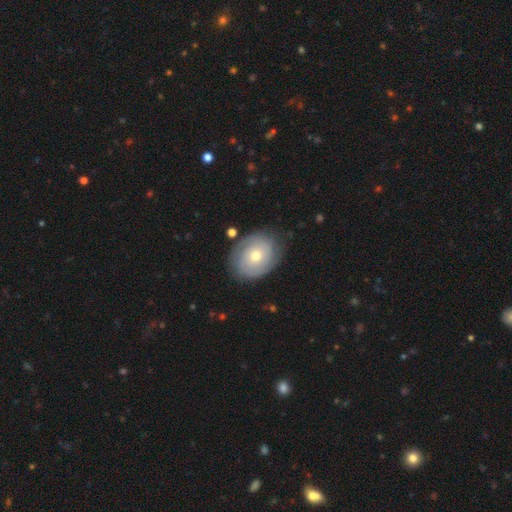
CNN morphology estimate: A featured or disk galaxy (61%) with no bar (77%), spiral arms (79%) and a moderate central bulge (63%).

Vote fractions:
- Smooth or featured? featured or disk: 61% / smooth: 33% / star or artifact: 7%
- Edge-on disk? no: 96% / yes: 4%
- Bar? no: 77% / weak: 19% / strong: 4%
- Spiral arms? yes: 79% / no: 21%
- Bulge size? moderate: 63% / small: 32% / large: 3% / none: 1% / dominant: 1%
- Merging? none: 79% / minor disturbance: 15% / major disturbance: 4% / merger: 2%